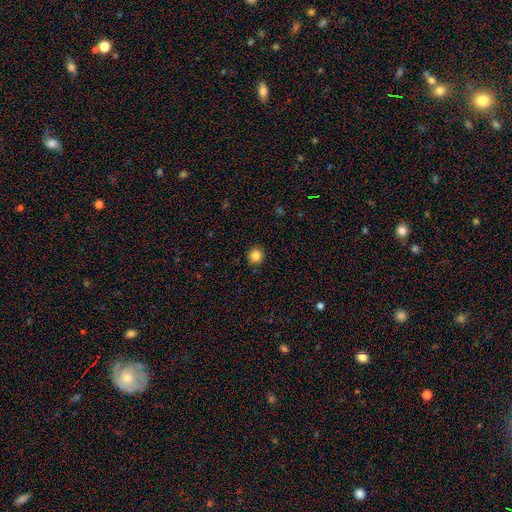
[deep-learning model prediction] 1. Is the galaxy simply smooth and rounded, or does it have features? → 84% smooth, 11% star or artifact, 5% featured or disk.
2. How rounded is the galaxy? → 94% round, 5% in between, 1% cigar-shaped.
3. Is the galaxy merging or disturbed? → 93% none, 5% minor disturbance, 2% major disturbance, 1% merger.